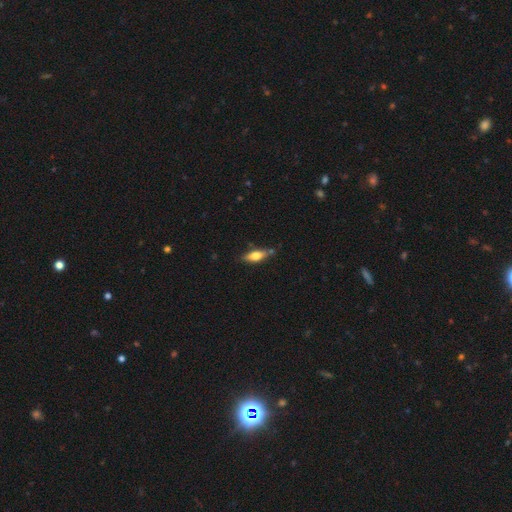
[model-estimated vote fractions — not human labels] Smooth or featured? Predicted: smooth (p=0.61). How rounded? Predicted: in between (p=0.61). Merging? Predicted: none (p=0.73).